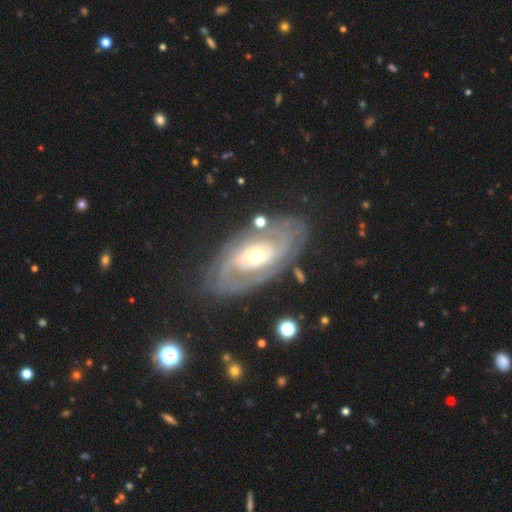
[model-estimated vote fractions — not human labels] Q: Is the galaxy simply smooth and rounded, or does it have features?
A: featured or disk — 85%.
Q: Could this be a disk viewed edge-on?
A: no — 94%.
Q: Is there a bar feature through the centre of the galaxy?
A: no — 71%.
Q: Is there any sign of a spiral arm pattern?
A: yes — 87%.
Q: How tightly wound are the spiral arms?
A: tight — 69%.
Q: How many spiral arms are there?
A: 2 — 44%.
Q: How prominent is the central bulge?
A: moderate — 67%.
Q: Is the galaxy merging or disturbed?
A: none — 75%.